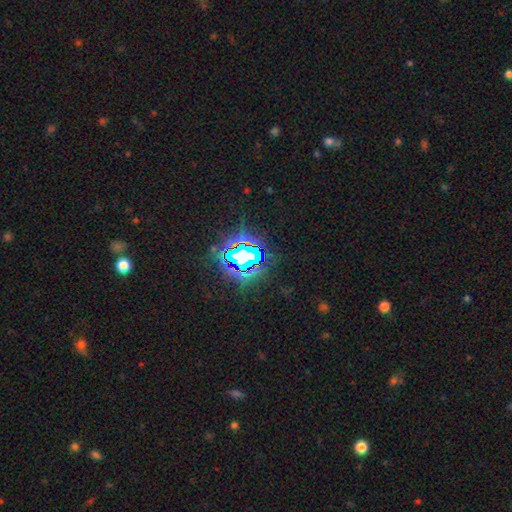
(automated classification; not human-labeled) smooth_or_featured: star or artifact (p=0.81) [alt: smooth p=0.10]